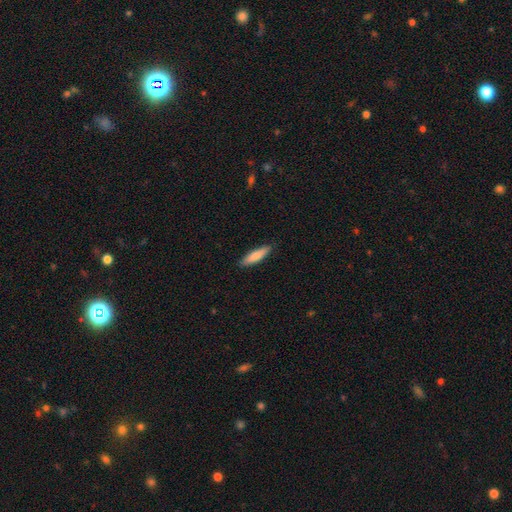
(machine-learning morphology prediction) Smooth or featured?
  - smooth: 79% *
  - featured or disk: 16%
  - star or artifact: 5%
How rounded?
  - cigar-shaped: 70% *
  - in between: 29%
  - round: 2%
Merging?
  - none: 88% *
  - minor disturbance: 9%
  - major disturbance: 2%
  - merger: 1%